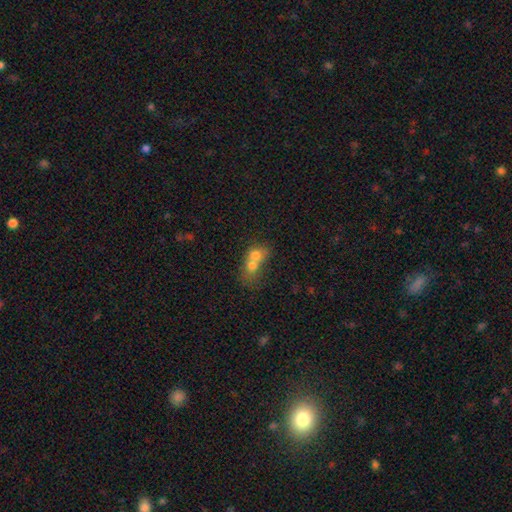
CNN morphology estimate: Overall: smooth (67%). How rounded: round (53%; in between 45%). Merging: merger (77%).